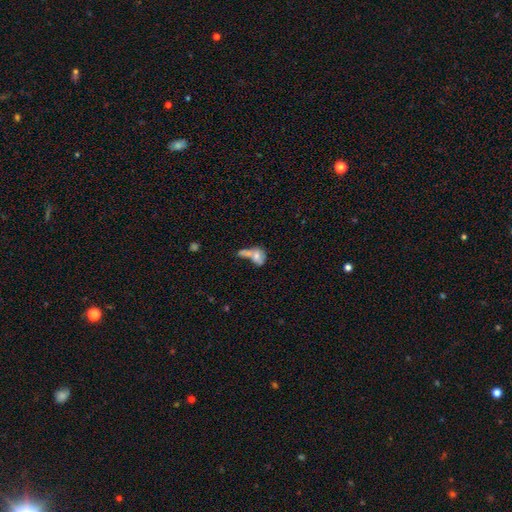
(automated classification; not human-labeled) A smooth galaxy with no disk features (63%) that is in between round and cigar-shaped (63%). Merging: merger (53%).